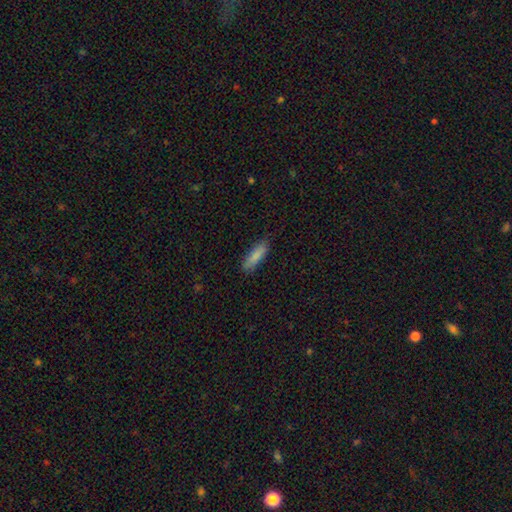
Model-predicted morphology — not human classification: smooth_or_featured: smooth (p=0.86) [alt: featured or disk p=0.08]
how_rounded: cigar-shaped (p=0.61) [alt: in between p=0.37]
merging: none (p=0.85) [alt: minor disturbance p=0.11]